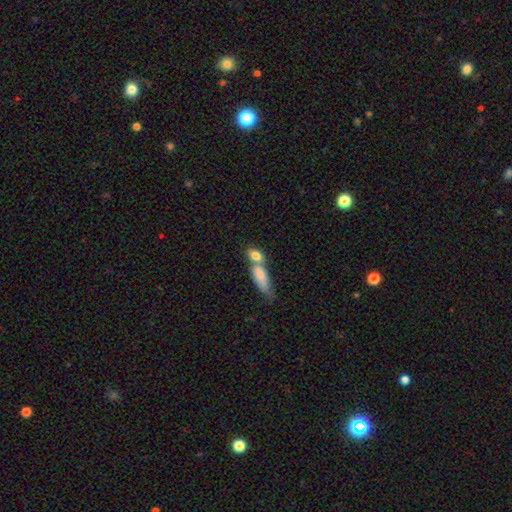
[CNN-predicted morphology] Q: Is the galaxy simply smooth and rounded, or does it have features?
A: smooth — 79%.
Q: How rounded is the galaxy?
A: in between — 72%.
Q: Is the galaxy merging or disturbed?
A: merger — 59%.